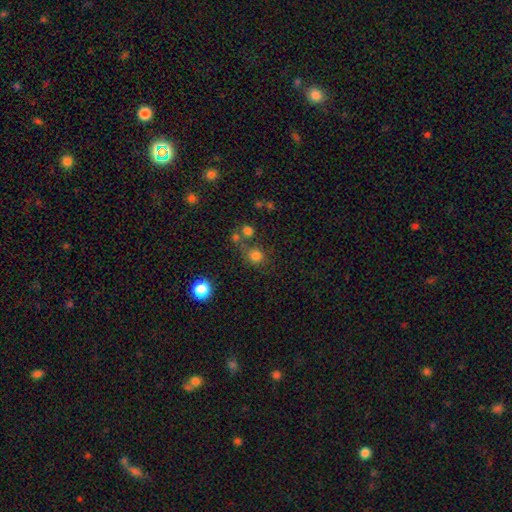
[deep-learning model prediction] Q: Smooth or featured?
A: smooth (77%); runner-up: star or artifact (16%)
Q: How rounded?
A: round (87%); runner-up: in between (12%)
Q: Merging?
A: none (64%); runner-up: merger (18%)